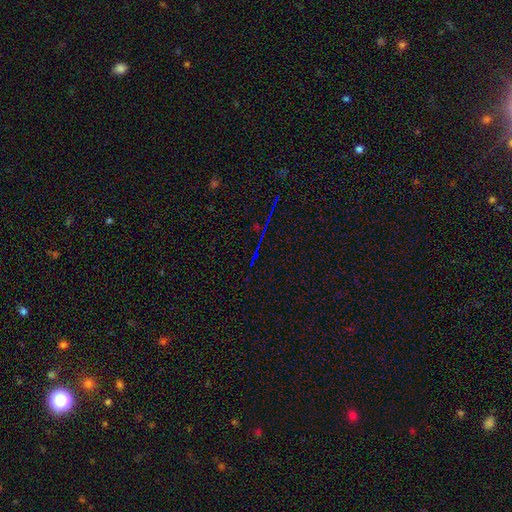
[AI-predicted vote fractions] A star or artifact, not a galaxy (78%).